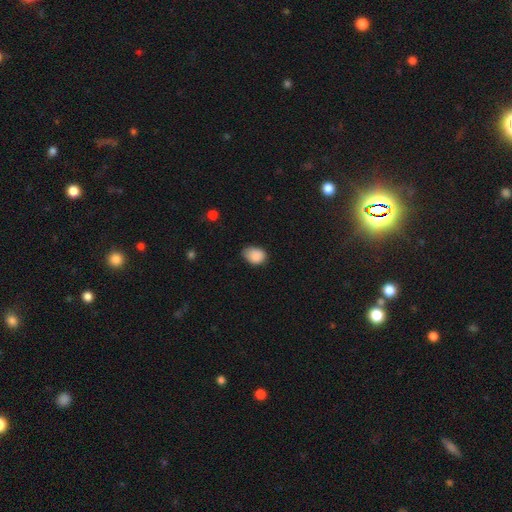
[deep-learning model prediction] smooth-or-featured: smooth: 87% | star or artifact: 9% | featured or disk: 4%
  how-rounded: in between: 67% | round: 32% | cigar-shaped: 1%
  merging: none: 60% | minor disturbance: 33% | major disturbance: 5% | merger: 2%